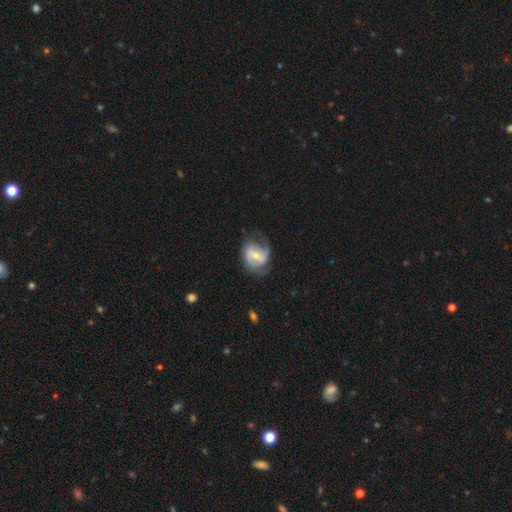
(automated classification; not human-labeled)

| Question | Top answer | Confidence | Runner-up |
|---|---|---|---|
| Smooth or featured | featured or disk | 76% | smooth (18%) |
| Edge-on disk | no | 97% | yes (3%) |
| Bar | weak | 48% | strong (33%) |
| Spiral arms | yes | 89% | no (11%) |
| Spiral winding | medium | 46% | loose (28%) |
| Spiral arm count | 2 | 75% | can't tell (11%) |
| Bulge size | moderate | 51% | small (43%) |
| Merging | none | 57% | minor disturbance (24%) |